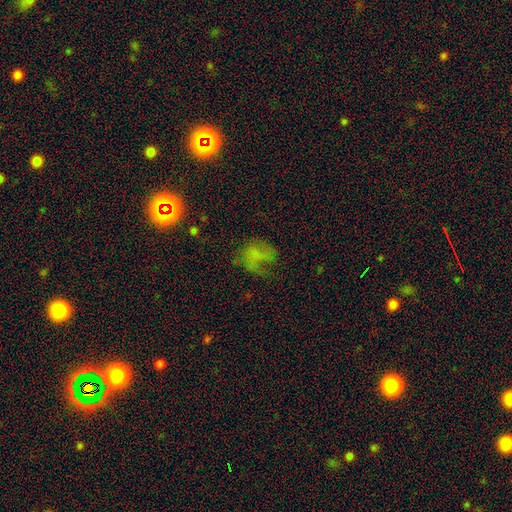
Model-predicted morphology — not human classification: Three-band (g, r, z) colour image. It shows a smooth galaxy with no disk features (48%). Merging: none (42%).